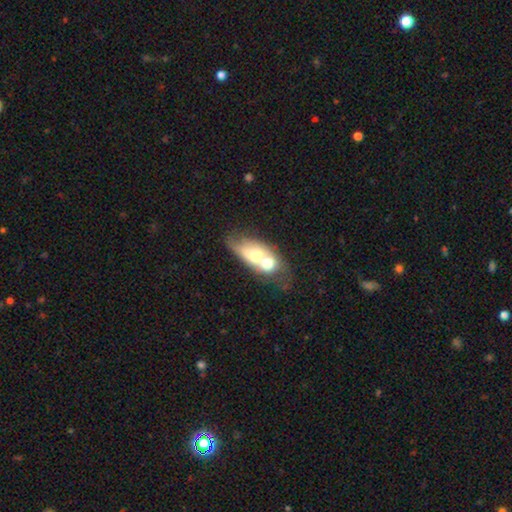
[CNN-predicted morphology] This appears to be a smooth galaxy with no disk features (54%) that is in between round and cigar-shaped (74%). Merging: merger (69%).